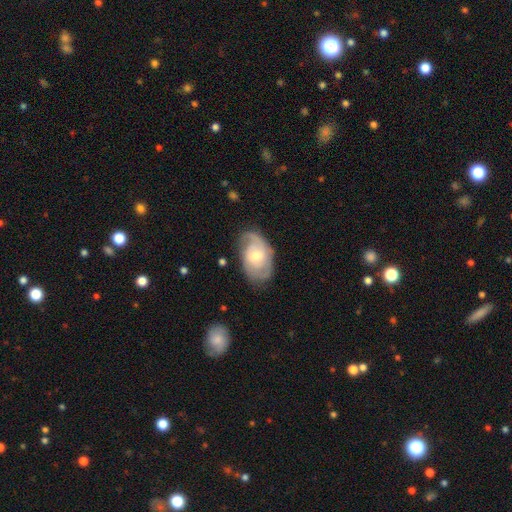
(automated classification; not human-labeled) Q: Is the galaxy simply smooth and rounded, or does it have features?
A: featured or disk — 75%.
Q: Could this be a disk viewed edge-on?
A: no — 96%.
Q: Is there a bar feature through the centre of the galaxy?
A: no — 52%.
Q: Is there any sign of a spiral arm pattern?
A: yes — 91%.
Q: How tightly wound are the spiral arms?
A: tight — 49%.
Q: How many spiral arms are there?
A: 2 — 45%.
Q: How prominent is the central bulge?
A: moderate — 63%.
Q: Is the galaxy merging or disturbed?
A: none — 67%.